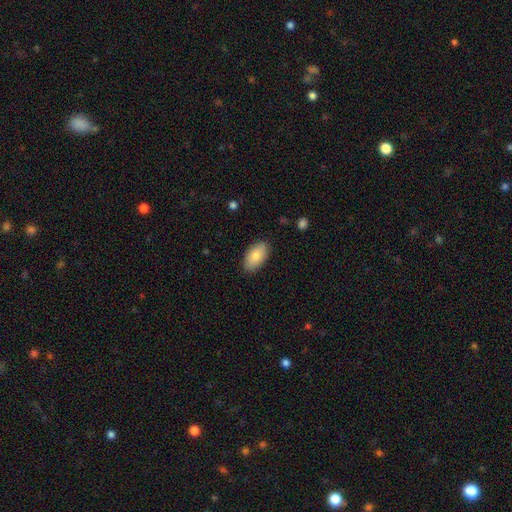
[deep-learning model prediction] smooth 83%, featured or disk 11%, star or artifact 6%. Down the decision tree: how rounded — in between (95%); merging — none (87%).